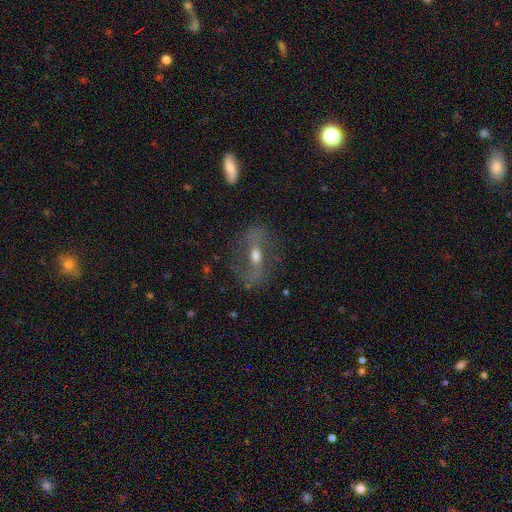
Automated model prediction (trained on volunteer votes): smooth_or_featured: featured or disk (p=0.72) [alt: smooth p=0.19]
disk_edge_on: no (p=0.80) [alt: yes p=0.20]
bar: strong (p=0.42) [alt: weak p=0.36]
has_spiral_arms: yes (p=0.66) [alt: no p=0.34]
bulge_size: moderate (p=0.68) [alt: small p=0.21]
merging: none (p=0.73) [alt: minor disturbance p=0.15]